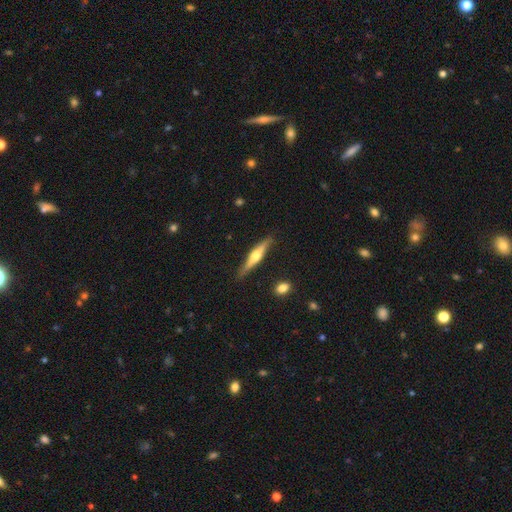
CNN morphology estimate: This appears to be a featured or disk galaxy (62%) viewed edge-on (96%) with a rounded central bulge (88%). Merging: none (84%).